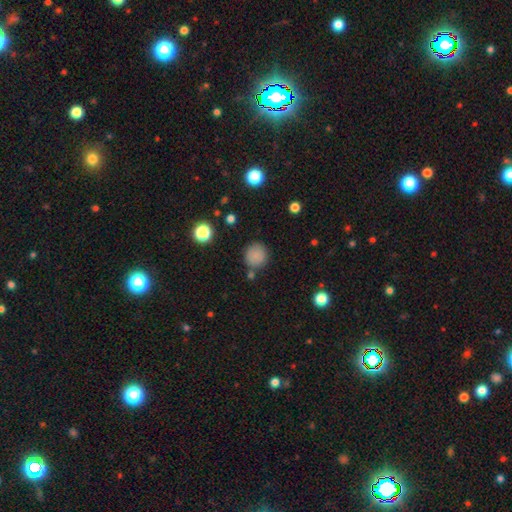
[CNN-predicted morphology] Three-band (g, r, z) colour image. It shows a smooth galaxy with no disk features (82%) that is round (92%). Merging: none (80%).